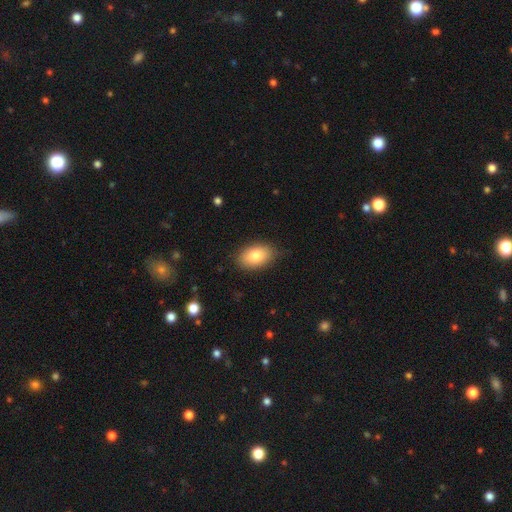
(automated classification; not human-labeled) Smooth or featured? smooth (82%)
How rounded? in between (90%)
Merging? none (83%)